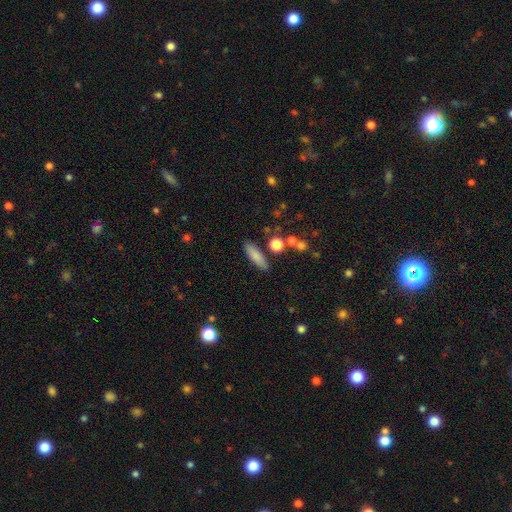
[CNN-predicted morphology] This appears to be a smooth galaxy with no disk features (80%) that is cigar-shaped (59%). Merging: none (82%).